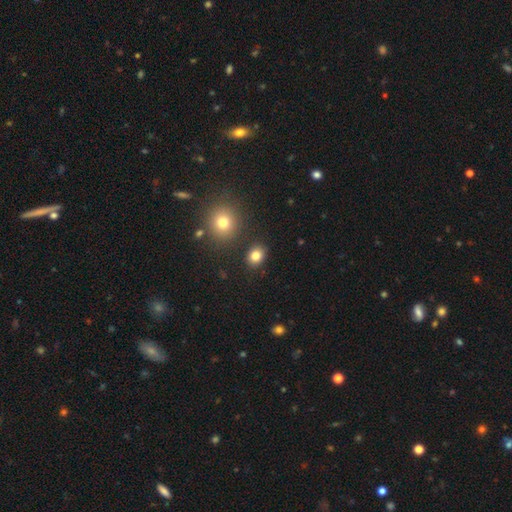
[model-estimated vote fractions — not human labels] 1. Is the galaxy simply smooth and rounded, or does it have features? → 82% smooth, 12% star or artifact, 6% featured or disk.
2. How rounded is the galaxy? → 54% round, 45% in between, 1% cigar-shaped.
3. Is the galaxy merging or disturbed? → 85% none, 8% minor disturbance, 4% merger, 3% major disturbance.